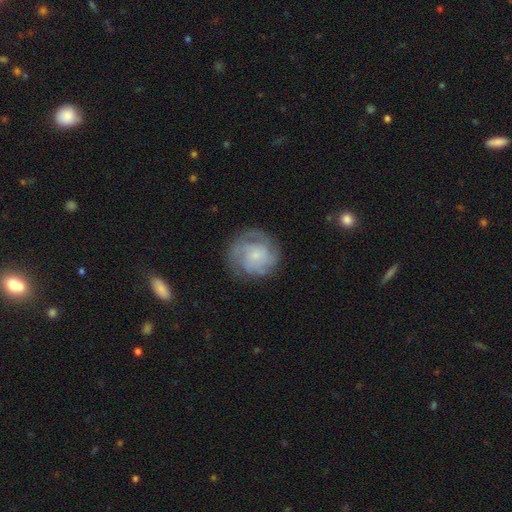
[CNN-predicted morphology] Smooth or featured? Predicted: featured or disk (p=0.68). Edge-on disk? Predicted: no (p=0.98). Bar? Predicted: no (p=0.73). Spiral arms? Predicted: yes (p=0.90). Spiral winding? Predicted: tight (p=0.55). Spiral arm count? Predicted: can't tell (p=0.36). Bulge size? Predicted: small (p=0.65). Merging? Predicted: none (p=0.73).